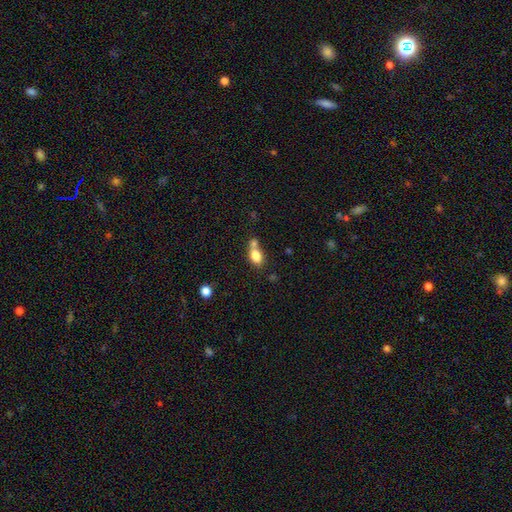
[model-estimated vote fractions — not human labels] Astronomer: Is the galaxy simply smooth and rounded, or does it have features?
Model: smooth — 79%.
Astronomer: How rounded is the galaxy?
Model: in between — 80%.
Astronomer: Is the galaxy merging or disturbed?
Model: merger — 48% (runner-up: none, 35%).